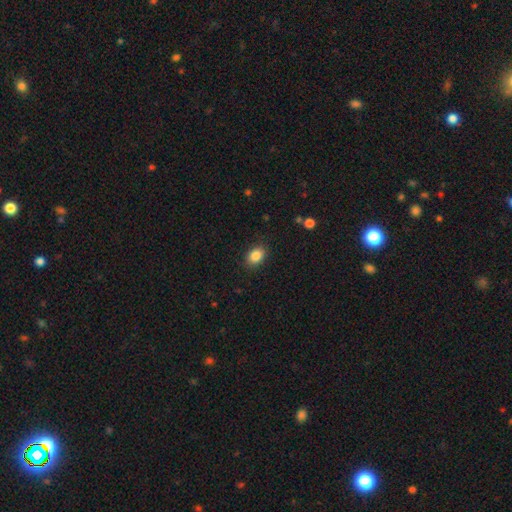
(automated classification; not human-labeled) A smooth galaxy with no disk features (87%) that is in between round and cigar-shaped (77%).

Vote fractions:
- Smooth or featured? smooth: 87% / star or artifact: 9% / featured or disk: 5%
- How rounded? in between: 77% / round: 22% / cigar-shaped: 1%
- Merging? none: 87% / minor disturbance: 9% / major disturbance: 2% / merger: 1%